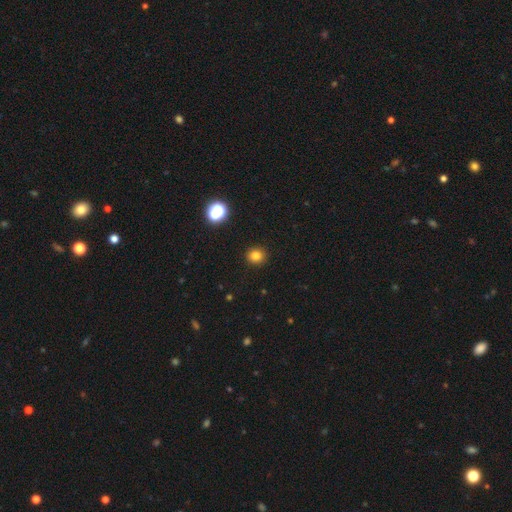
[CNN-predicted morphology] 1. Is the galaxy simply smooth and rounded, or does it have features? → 81% smooth, 14% star or artifact, 5% featured or disk.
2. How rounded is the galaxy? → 86% round, 13% in between, 1% cigar-shaped.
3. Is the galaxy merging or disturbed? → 92% none, 5% minor disturbance, 2% major disturbance, 1% merger.